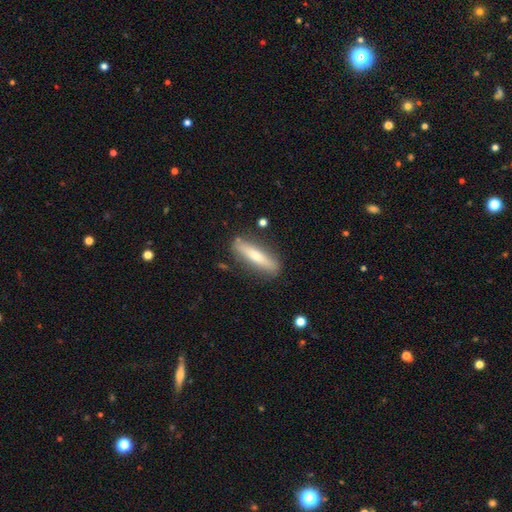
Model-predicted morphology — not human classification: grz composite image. It shows a smooth galaxy with no disk features (61%) that is cigar-shaped (79%). Merging: none (84%).